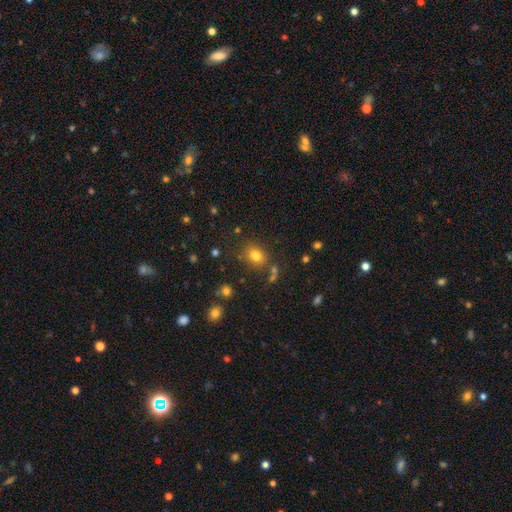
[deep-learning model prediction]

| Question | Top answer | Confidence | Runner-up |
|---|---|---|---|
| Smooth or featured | smooth | 77% | star or artifact (15%) |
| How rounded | round | 54% | in between (45%) |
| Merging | none | 77% | minor disturbance (12%) |